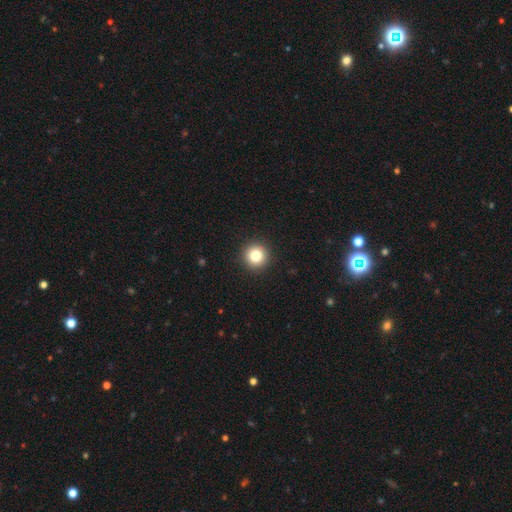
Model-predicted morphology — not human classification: smooth 81%, star or artifact 12%, featured or disk 7%. Down the decision tree: how rounded — round (96%); merging — none (93%).